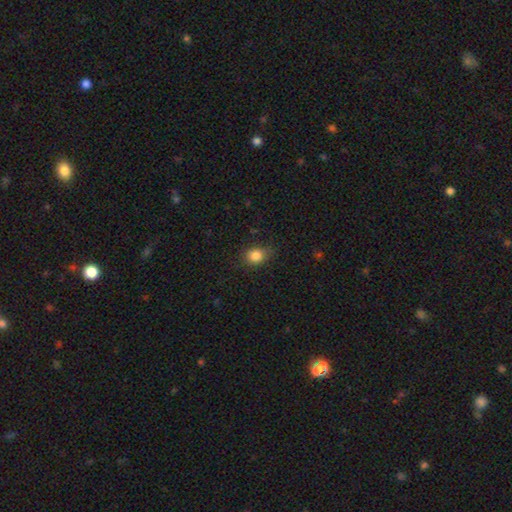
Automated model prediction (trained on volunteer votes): Overall: smooth (84%). How rounded: round (56%; in between 43%). Merging: none (76%).